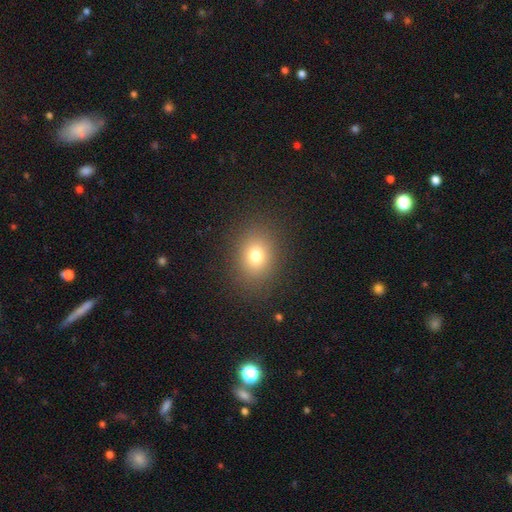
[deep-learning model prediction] Q: Smooth or featured?
A: smooth (76%); runner-up: star or artifact (14%)
Q: How rounded?
A: round (53%); runner-up: in between (46%)
Q: Merging?
A: none (87%); runner-up: minor disturbance (8%)